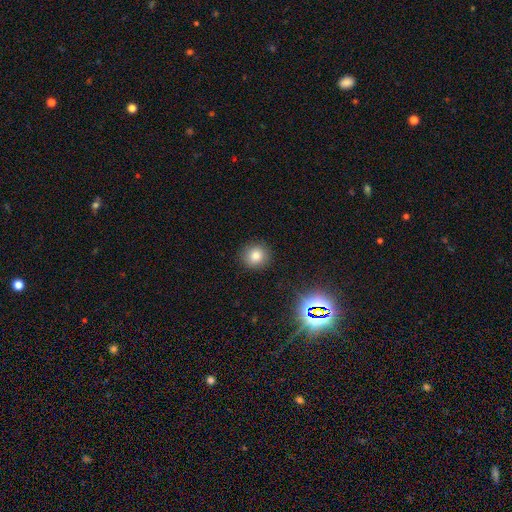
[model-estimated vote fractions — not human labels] Q: Smooth or featured?
A: smooth (79%); runner-up: star or artifact (15%)
Q: How rounded?
A: round (90%); runner-up: in between (9%)
Q: Merging?
A: none (90%); runner-up: minor disturbance (7%)